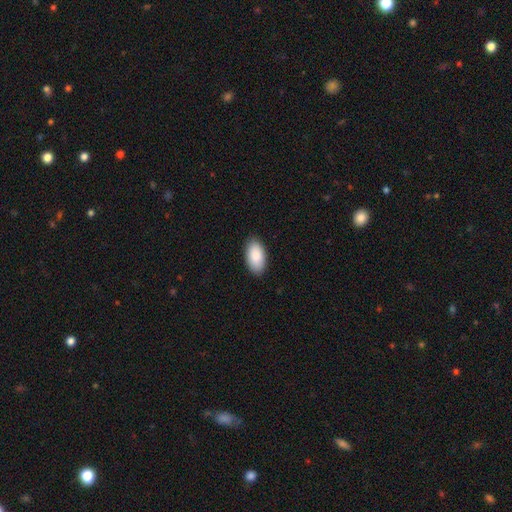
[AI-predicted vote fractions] Smooth or featured? smooth (89%)
How rounded? in between (96%)
Merging? none (88%)